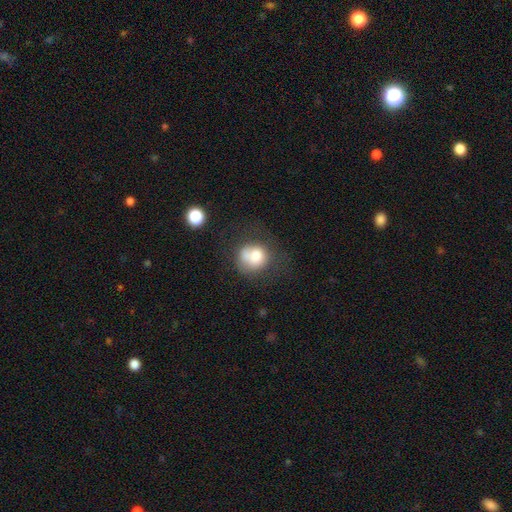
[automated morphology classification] type=smooth (73%); roundness=round (79%); merging=none (45%).